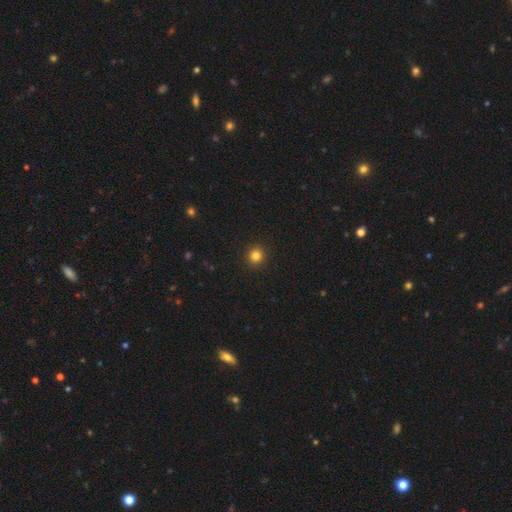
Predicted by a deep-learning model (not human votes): This appears to be a smooth galaxy with no disk features (83%) that is round (93%). Merging: none (93%).